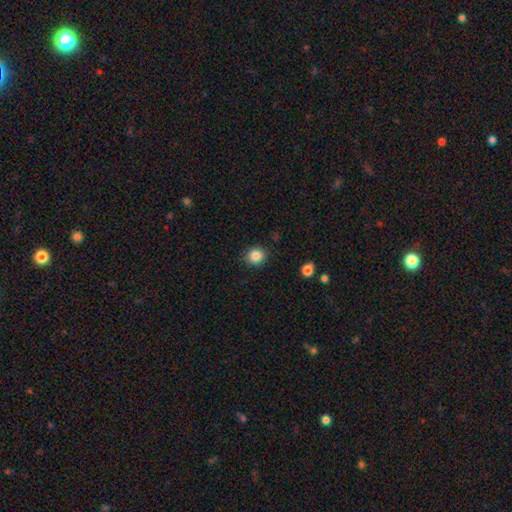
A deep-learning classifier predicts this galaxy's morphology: Smooth or featured: smooth — 86% (star or artifact — 10%)
How rounded: round — 87% (in between — 13%)
Merging: none — 89% (minor disturbance — 8%)